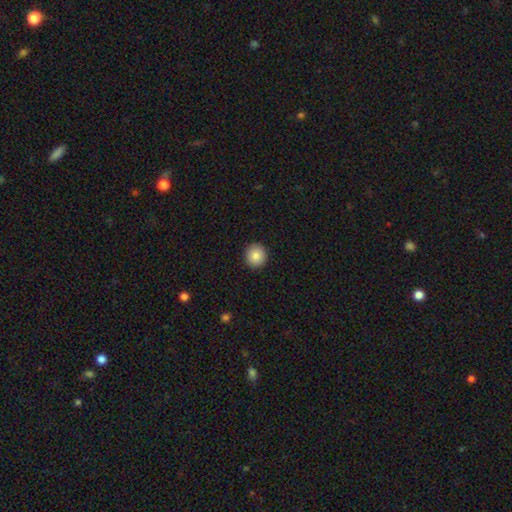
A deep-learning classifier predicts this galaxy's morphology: This appears to be a smooth galaxy with no disk features (85%) that is round (91%). Merging: none (92%).